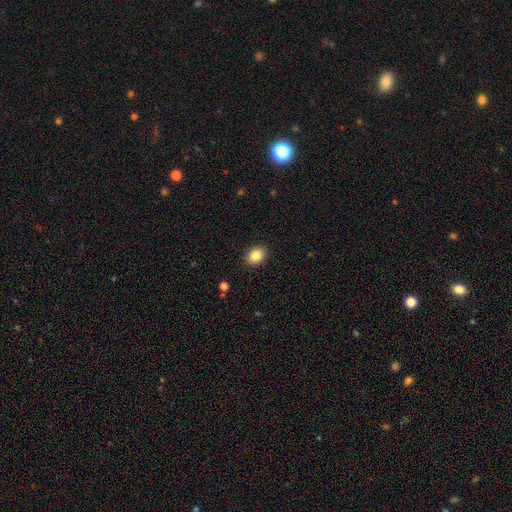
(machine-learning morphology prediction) type=smooth (86%); roundness=in between (58%); merging=none (90%).